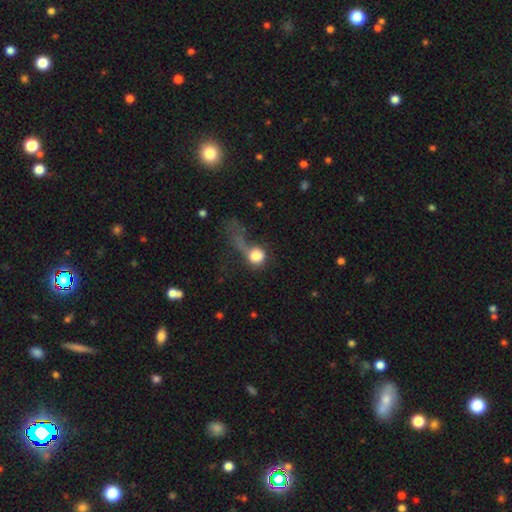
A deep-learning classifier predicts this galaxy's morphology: Q: Smooth or featured?
A: smooth (72%); runner-up: featured or disk (19%)
Q: How rounded?
A: round (75%); runner-up: in between (23%)
Q: Merging?
A: major disturbance (63%); runner-up: none (15%)